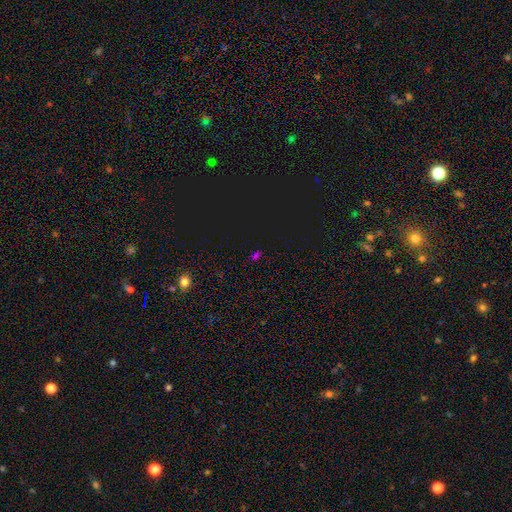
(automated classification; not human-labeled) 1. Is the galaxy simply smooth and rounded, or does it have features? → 57% star or artifact, 36% smooth, 7% featured or disk.